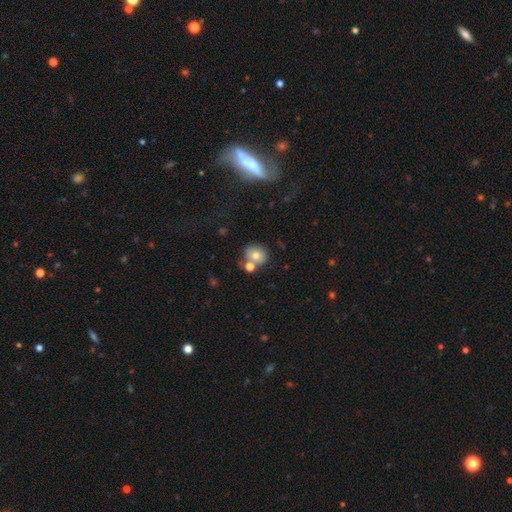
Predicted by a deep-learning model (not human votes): smooth 71%, featured or disk 17%, star or artifact 12%. Down the decision tree: how rounded — round (73%); merging — none (58%).